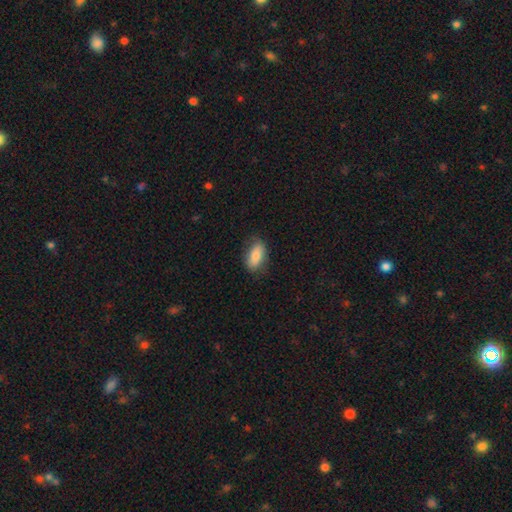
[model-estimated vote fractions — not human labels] Smooth or featured: smooth — 84% (featured or disk — 10%)
How rounded: in between — 88% (cigar-shaped — 8%)
Merging: none — 77% (minor disturbance — 18%)